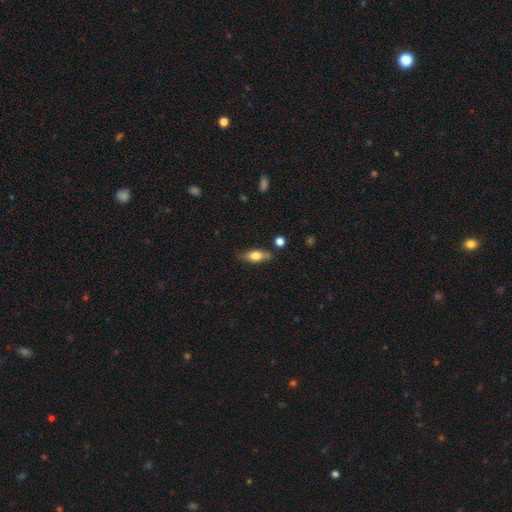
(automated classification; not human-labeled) smooth_or_featured: smooth (p=0.69) [alt: featured or disk p=0.24]
how_rounded: in between (p=0.72) [alt: cigar-shaped p=0.24]
merging: none (p=0.76) [alt: minor disturbance p=0.17]